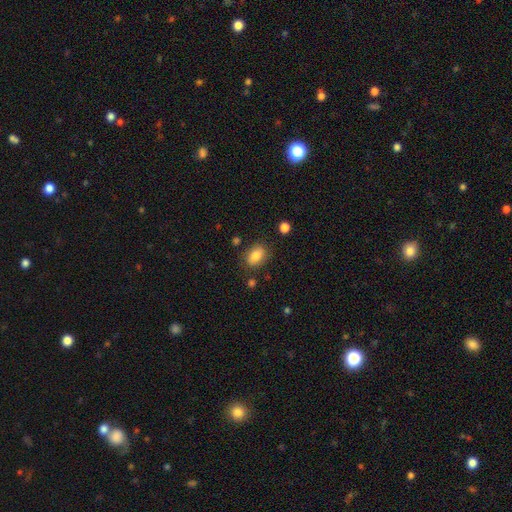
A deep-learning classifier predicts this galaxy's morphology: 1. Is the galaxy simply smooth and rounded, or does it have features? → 84% smooth, 8% star or artifact, 8% featured or disk.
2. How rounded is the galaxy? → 81% in between, 18% round, 2% cigar-shaped.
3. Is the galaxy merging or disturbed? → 79% none, 14% minor disturbance, 4% major disturbance, 3% merger.